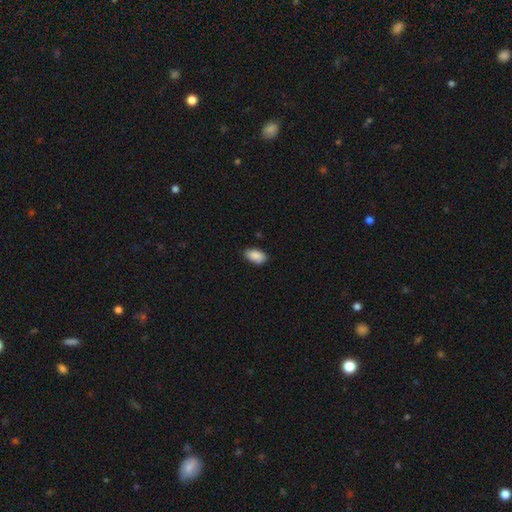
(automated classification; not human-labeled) smooth-or-featured: smooth: 89% | star or artifact: 7% | featured or disk: 4%
  how-rounded: in between: 94% | round: 4% | cigar-shaped: 2%
  merging: none: 84% | minor disturbance: 13% | major disturbance: 2% | merger: 1%